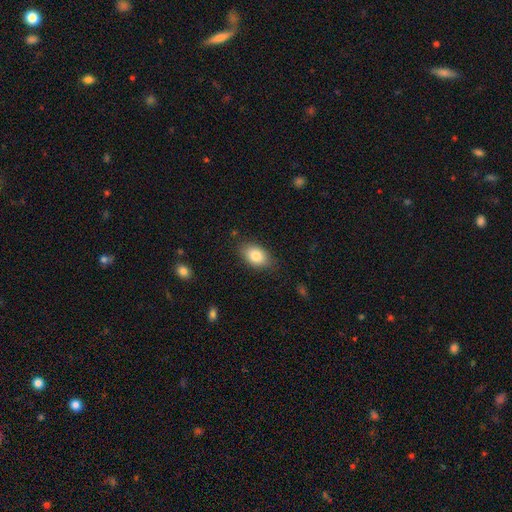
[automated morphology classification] The model was most divided on "merging": none: 81%, minor disturbance: 15%, major disturbance: 3%, merger: 1%. More confident: how rounded — in between (87%); smooth or featured — smooth (83%).